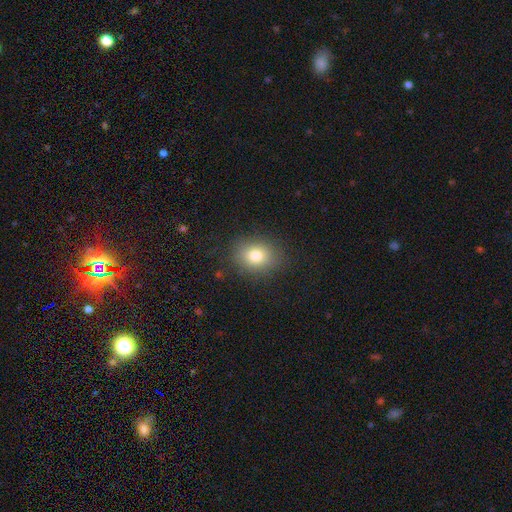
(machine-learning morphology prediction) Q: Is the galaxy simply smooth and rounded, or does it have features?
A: smooth — 79%.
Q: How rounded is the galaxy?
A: round — 51%.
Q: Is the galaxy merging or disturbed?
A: none — 85%.